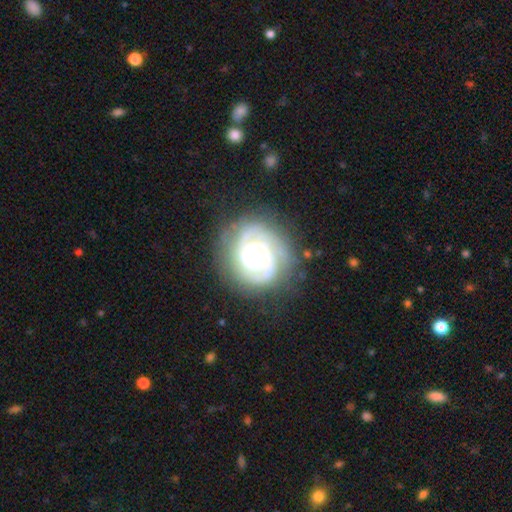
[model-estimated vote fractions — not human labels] Morphology: type=featured or disk (89%); edge-on=no (98%); bar=no (72%); spiral arms=yes (98%); winding=tight (74%); arm count=2 (40%); bulge=moderate (63%); merging=none (79%).